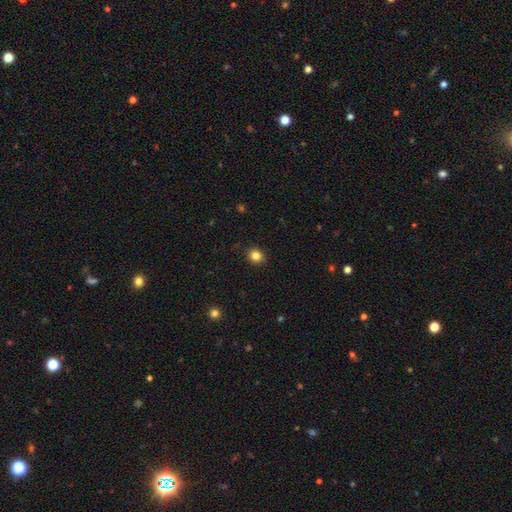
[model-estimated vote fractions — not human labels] This is clearly a smooth galaxy (84%). How rounded: likely round (75%). Merging: clearly none (91%).